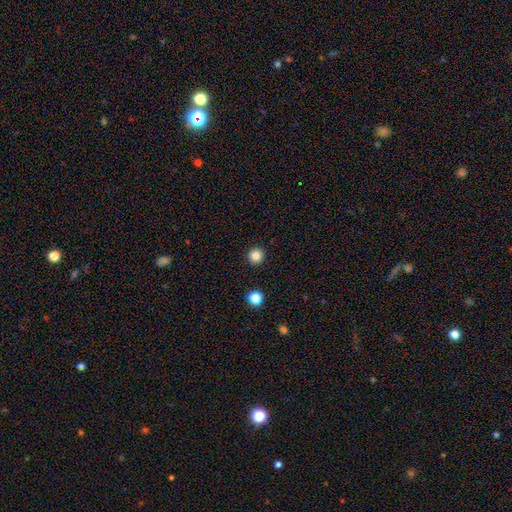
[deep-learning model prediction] Smooth or featured: smooth — 84% (star or artifact — 12%)
How rounded: round — 96% (in between — 4%)
Merging: none — 93% (minor disturbance — 4%)